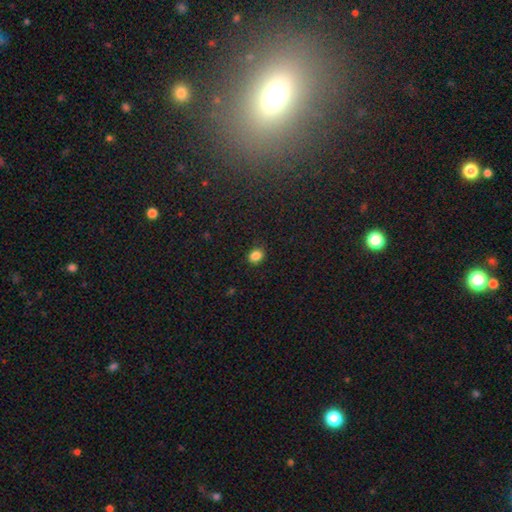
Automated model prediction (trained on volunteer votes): A smooth galaxy with no disk features (85%) that is round (57%). Merging: none (86%).